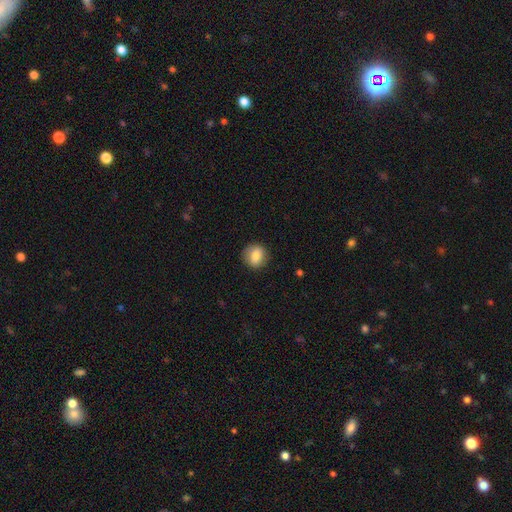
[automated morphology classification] smooth_or_featured: smooth (p=0.81) [alt: featured or disk p=0.11]
how_rounded: round (p=0.84) [alt: in between p=0.15]
merging: none (p=0.85) [alt: minor disturbance p=0.11]